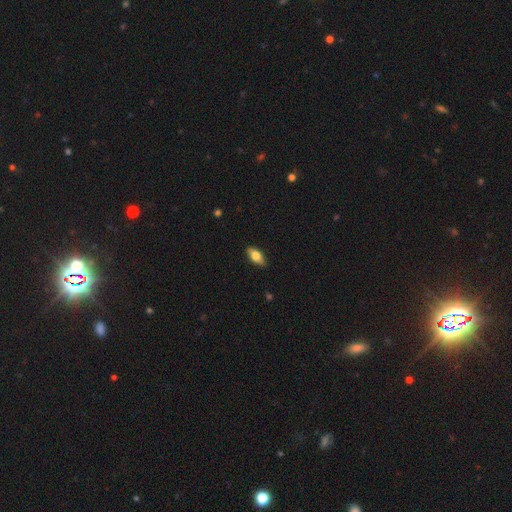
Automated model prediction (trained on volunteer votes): This appears to be a smooth galaxy with no disk features (71%) that is in between round and cigar-shaped (86%). Merging: none (88%).